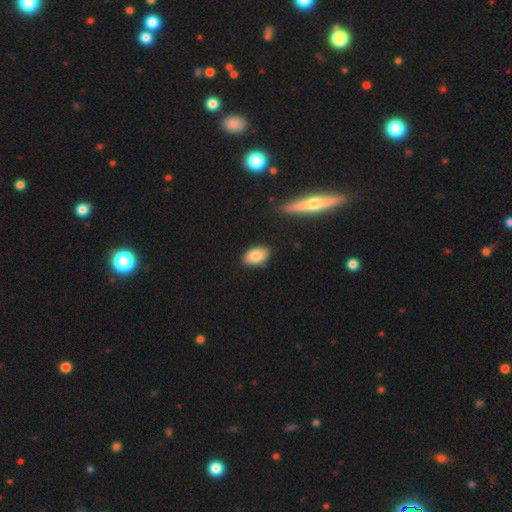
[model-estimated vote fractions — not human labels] smooth_or_featured: smooth (p=0.81) [alt: featured or disk p=0.12]
how_rounded: in between (p=0.92) [alt: round p=0.05]
merging: none (p=0.85) [alt: minor disturbance p=0.11]